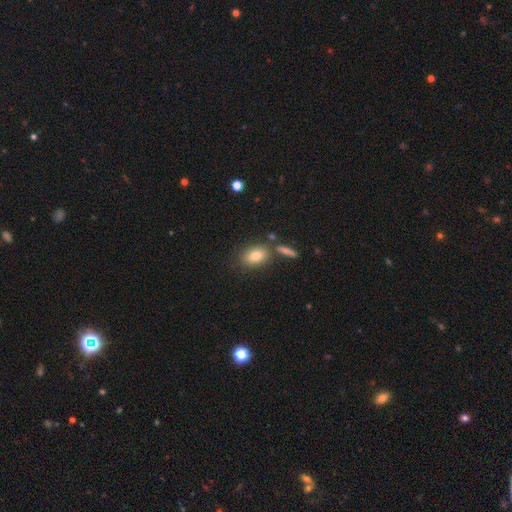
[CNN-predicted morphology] This appears to be a smooth galaxy with no disk features (80%) that is in between round and cigar-shaped (82%). Merging: none (70%).